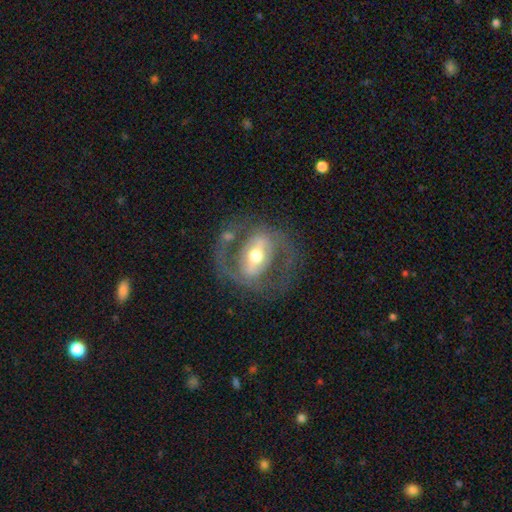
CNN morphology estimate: Smooth or featured? featured or disk (76%)
Edge-on disk? no (92%)
Bar? strong (56%)
Spiral arms? yes (54%)
Bulge size? moderate (68%)
Merging? none (63%)